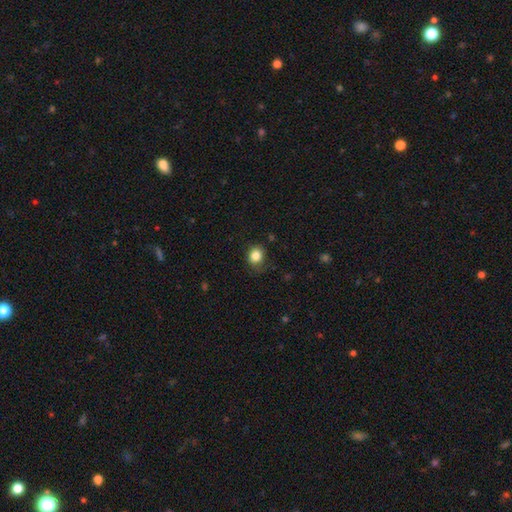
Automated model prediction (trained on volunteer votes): Smooth or featured?
  - smooth: 84% *
  - star or artifact: 11%
  - featured or disk: 5%
How rounded?
  - round: 73% *
  - in between: 26%
  - cigar-shaped: 1%
Merging?
  - none: 79% *
  - minor disturbance: 16%
  - major disturbance: 4%
  - merger: 1%